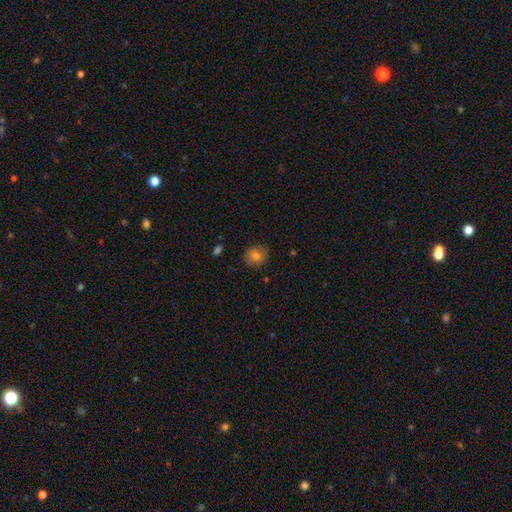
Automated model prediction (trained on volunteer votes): The model was most divided on "how rounded": round: 78%, in between: 21%, cigar-shaped: 1%. More confident: merging — none (85%); smooth or featured — smooth (78%).